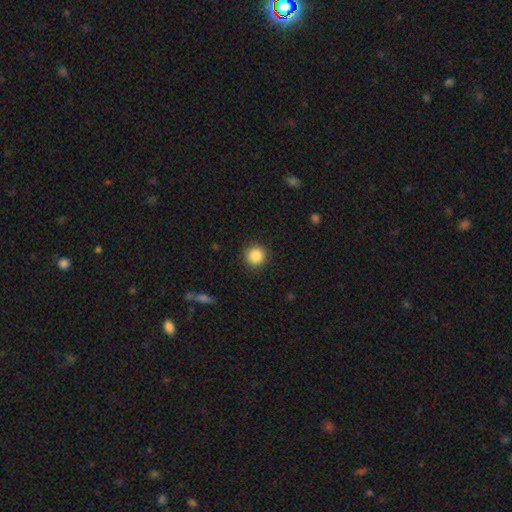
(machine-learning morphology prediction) This is clearly a smooth galaxy (87%). How rounded: clearly round (95%). Merging: clearly none (91%).